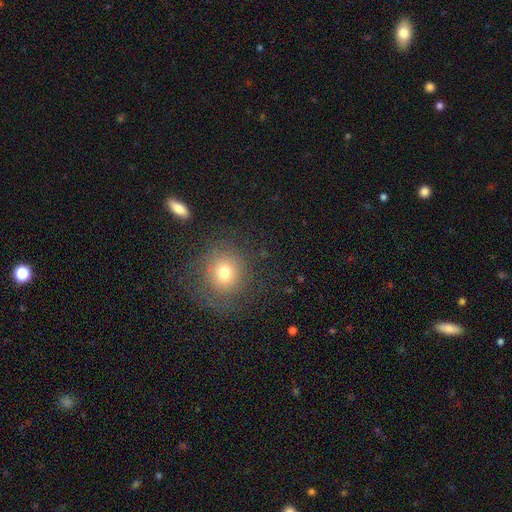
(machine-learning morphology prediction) Overall: smooth (57%; star or artifact 28%). How rounded: round (90%). Merging: none (83%).